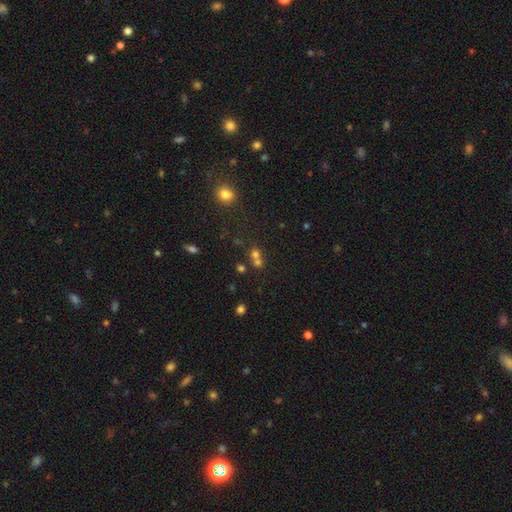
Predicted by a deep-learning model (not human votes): Smooth or featured?
  - smooth: 57% *
  - star or artifact: 29%
  - featured or disk: 14%
How rounded?
  - round: 81% *
  - in between: 18%
  - cigar-shaped: 1%
Merging?
  - merger: 46% *
  - none: 44%
  - minor disturbance: 7%
  - major disturbance: 4%